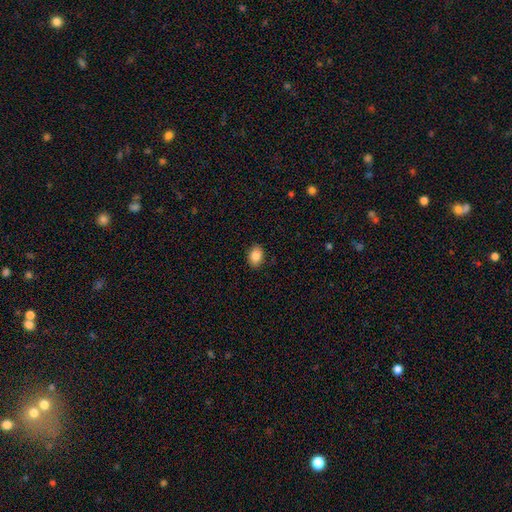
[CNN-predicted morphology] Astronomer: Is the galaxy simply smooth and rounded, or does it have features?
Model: smooth — 87%.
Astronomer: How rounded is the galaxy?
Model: in between — 76%.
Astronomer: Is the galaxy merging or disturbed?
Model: none — 88%.